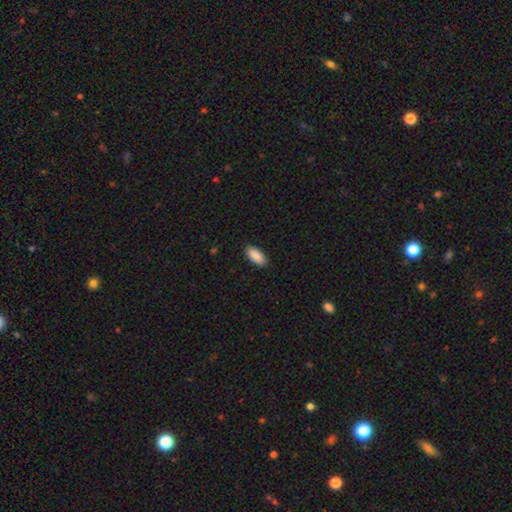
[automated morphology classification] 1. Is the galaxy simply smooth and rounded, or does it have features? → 91% smooth, 6% star or artifact, 3% featured or disk.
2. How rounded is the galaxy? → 90% in between, 8% cigar-shaped, 2% round.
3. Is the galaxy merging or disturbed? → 90% none, 8% minor disturbance, 2% major disturbance, 1% merger.